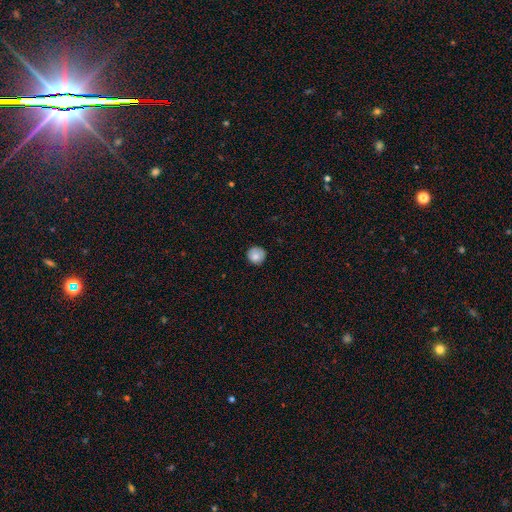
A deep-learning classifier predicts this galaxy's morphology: Smooth or featured? smooth (83%)
How rounded? round (94%)
Merging? none (86%)